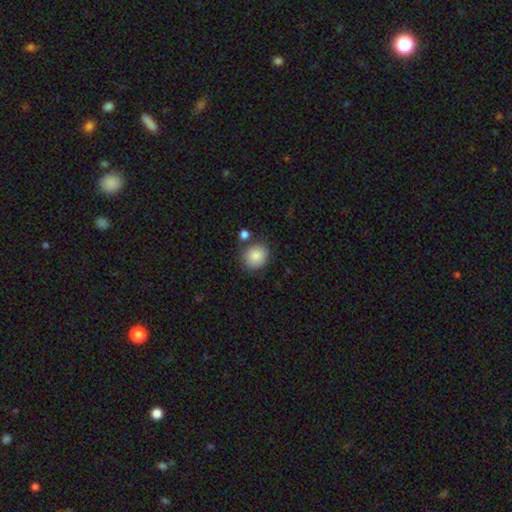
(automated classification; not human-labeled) Smooth or featured? smooth (87%)
How rounded? round (84%)
Merging? none (74%)